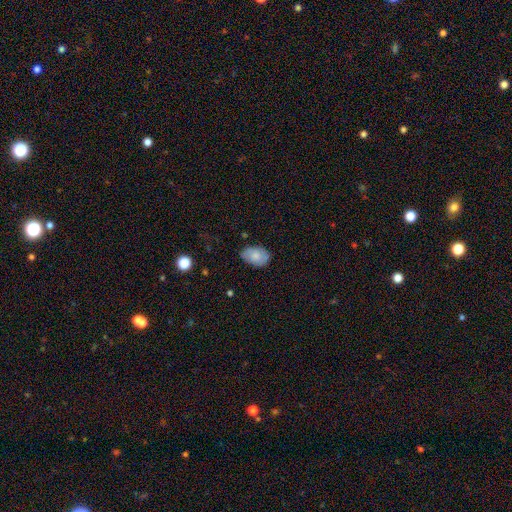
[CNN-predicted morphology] Q: Smooth or featured?
A: smooth (77%); runner-up: featured or disk (16%)
Q: How rounded?
A: in between (85%); runner-up: round (14%)
Q: Merging?
A: none (75%); runner-up: minor disturbance (20%)